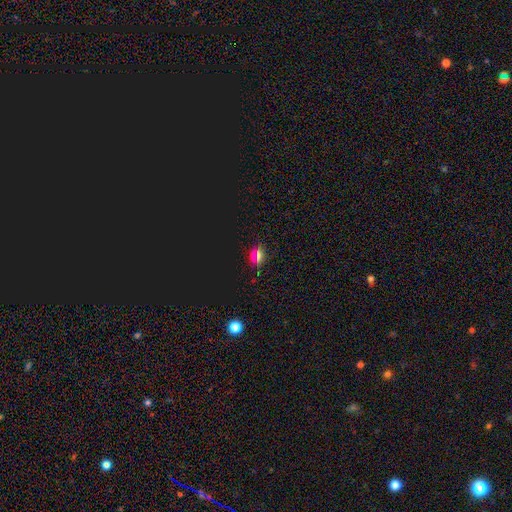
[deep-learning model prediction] Smooth or featured? star or artifact (49%)